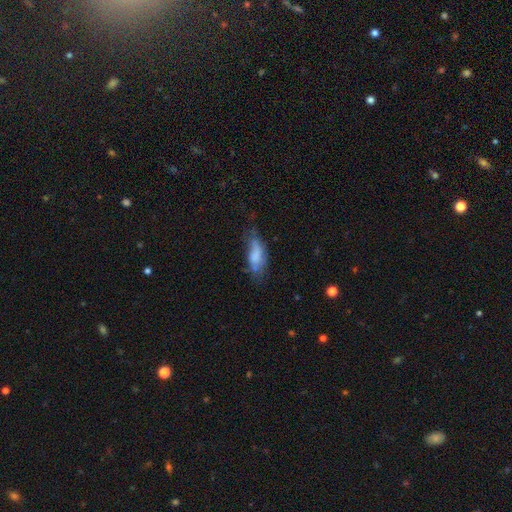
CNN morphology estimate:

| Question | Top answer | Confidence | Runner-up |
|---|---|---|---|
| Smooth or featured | smooth | 66% | featured or disk (25%) |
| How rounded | in between | 76% | cigar-shaped (21%) |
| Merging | none | 35% | minor disturbance (34%) |